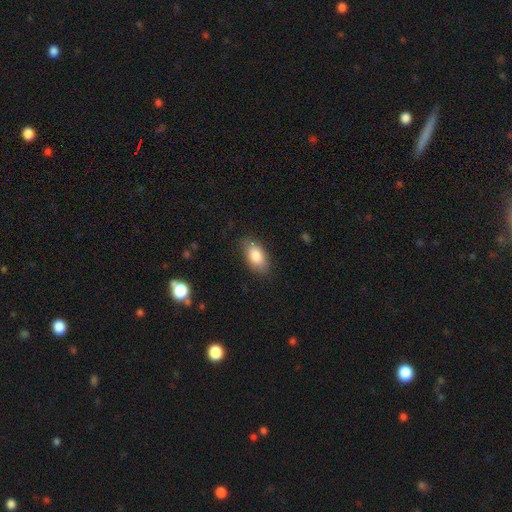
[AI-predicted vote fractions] smooth_or_featured: smooth (p=0.84) [alt: featured or disk p=0.09]
how_rounded: in between (p=0.92) [alt: round p=0.04]
merging: none (p=0.82) [alt: minor disturbance p=0.14]